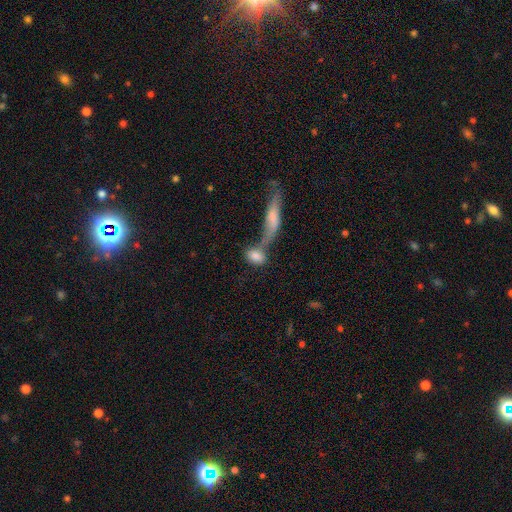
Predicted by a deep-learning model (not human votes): Morphology: type=smooth (78%); roundness=in between (78%); merging=merger (51%).